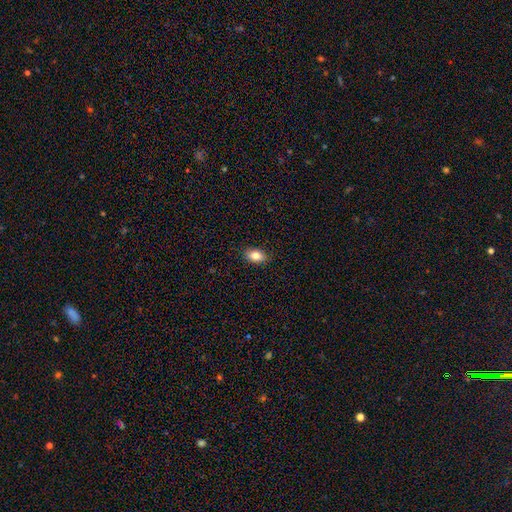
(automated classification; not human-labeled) Smooth or featured?
  - smooth: 83% *
  - featured or disk: 9%
  - star or artifact: 8%
How rounded?
  - in between: 88% *
  - round: 10%
  - cigar-shaped: 2%
Merging?
  - none: 89% *
  - minor disturbance: 8%
  - major disturbance: 2%
  - merger: 1%